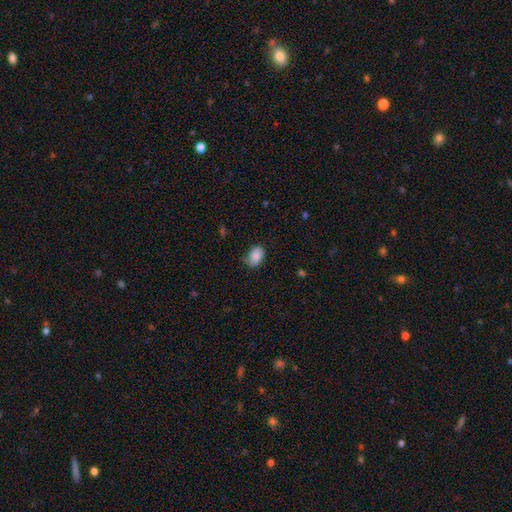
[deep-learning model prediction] The model was most divided on "merging": none: 67%, minor disturbance: 26%, major disturbance: 5%, merger: 1%. More confident: smooth or featured — smooth (87%); how rounded — in between (81%).